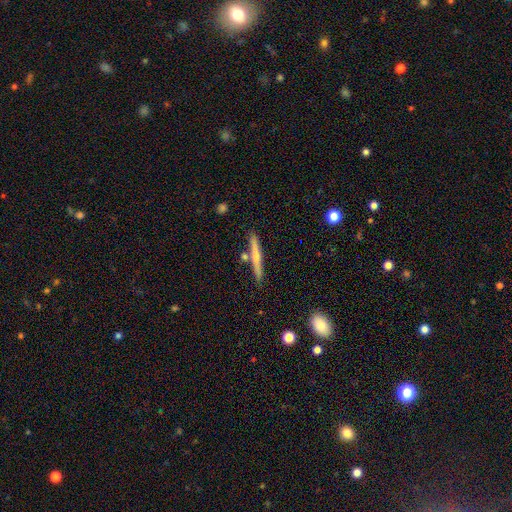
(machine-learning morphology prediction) The model was most divided on "smooth or featured": smooth: 51%, featured or disk: 43%, star or artifact: 6%. More confident: how rounded — cigar-shaped (95%); merging — none (81%).